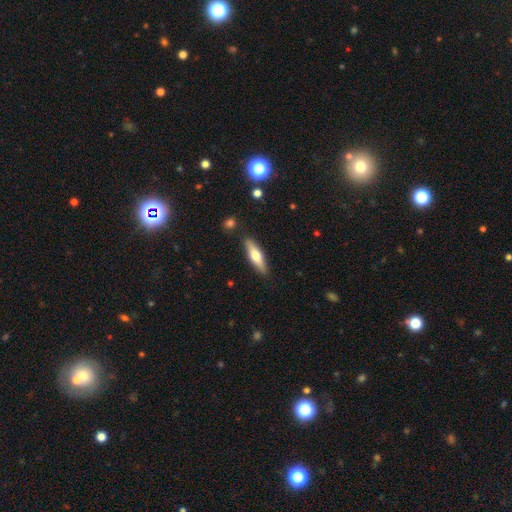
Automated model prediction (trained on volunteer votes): A smooth galaxy with no disk features (54%) that is cigar-shaped (64%).

Vote fractions:
- Smooth or featured? smooth: 54% / featured or disk: 40% / star or artifact: 6%
- How rounded? cigar-shaped: 64% / in between: 34% / round: 2%
- Merging? none: 86% / minor disturbance: 10% / major disturbance: 2% / merger: 2%